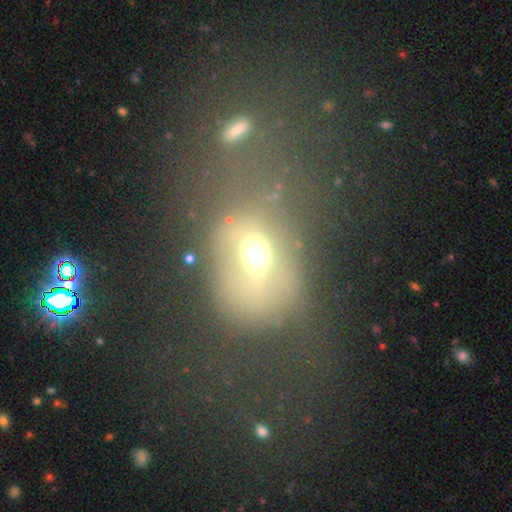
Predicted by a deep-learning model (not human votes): This appears to be a smooth galaxy with no disk features (52%) that is in between round and cigar-shaped (61%). Merging: none (35%).